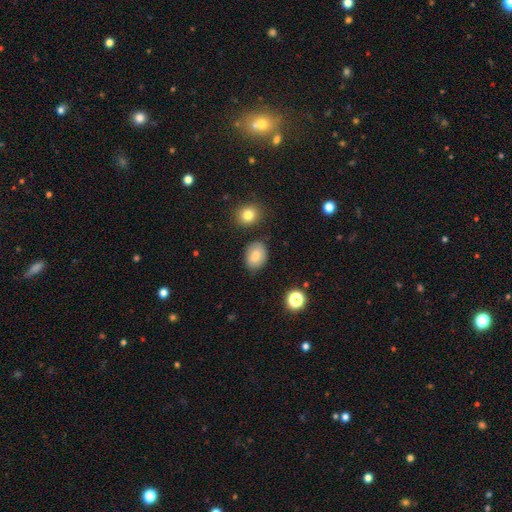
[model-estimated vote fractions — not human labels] Overall: smooth (83%). How rounded: in between (68%; round 31%). Merging: none (80%).